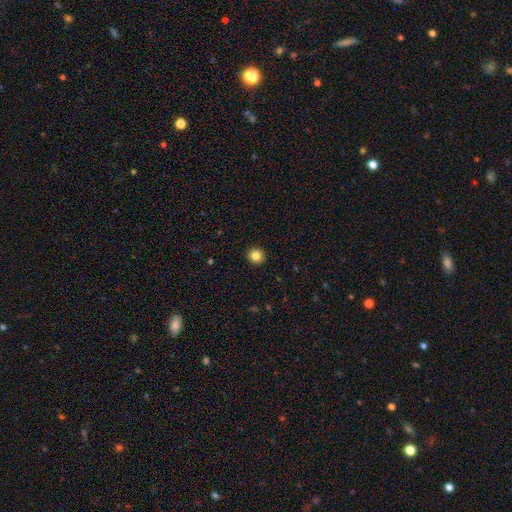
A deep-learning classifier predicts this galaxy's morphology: Q: Smooth or featured?
A: smooth (83%); runner-up: star or artifact (11%)
Q: How rounded?
A: round (92%); runner-up: in between (7%)
Q: Merging?
A: none (93%); runner-up: minor disturbance (4%)